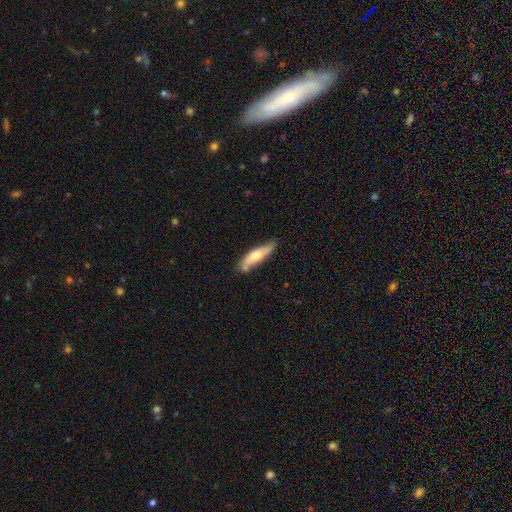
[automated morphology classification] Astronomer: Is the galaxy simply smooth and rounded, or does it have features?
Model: smooth — 59% (runner-up: featured or disk, 35%).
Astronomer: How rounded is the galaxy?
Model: cigar-shaped — 65%.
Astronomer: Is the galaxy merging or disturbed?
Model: none — 64%.